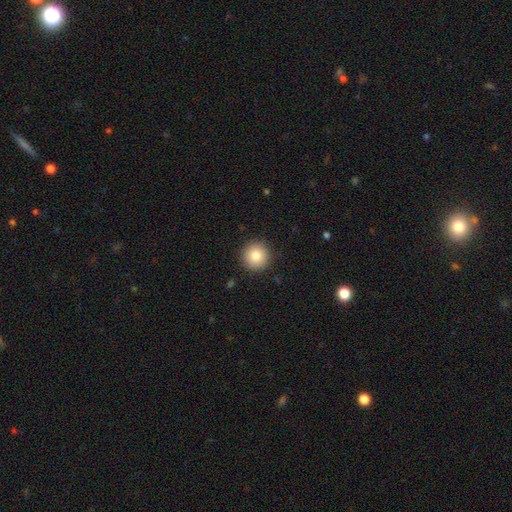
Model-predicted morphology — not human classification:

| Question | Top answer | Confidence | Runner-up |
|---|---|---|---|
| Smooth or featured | smooth | 85% | star or artifact (9%) |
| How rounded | round | 95% | in between (4%) |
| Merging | none | 92% | minor disturbance (6%) |